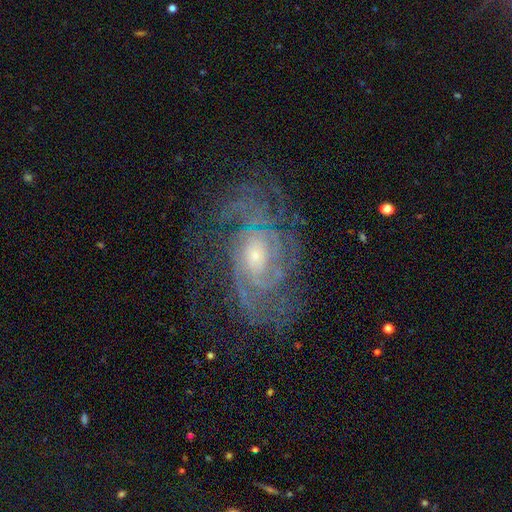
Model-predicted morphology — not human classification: smooth-or-featured: featured or disk: 85% | smooth: 8% | star or artifact: 7%
  disk-edge-on: no: 96% | yes: 4%
    bar: no: 68% | weak: 26% | strong: 6%
    has-spiral-arms: yes: 93% | no: 7%
      spiral-winding: tight: 55% | medium: 33% | loose: 12%
      spiral-arm-count: can't tell: 35% | 2: 20% | 3: 16% | 4: 13% | more than 4: 8% | 1: 7%
    bulge-size: small: 63% | moderate: 29% | large: 4% | none: 3% | dominant: 1%
  merging: none: 62% | major disturbance: 18% | minor disturbance: 18% | merger: 2%